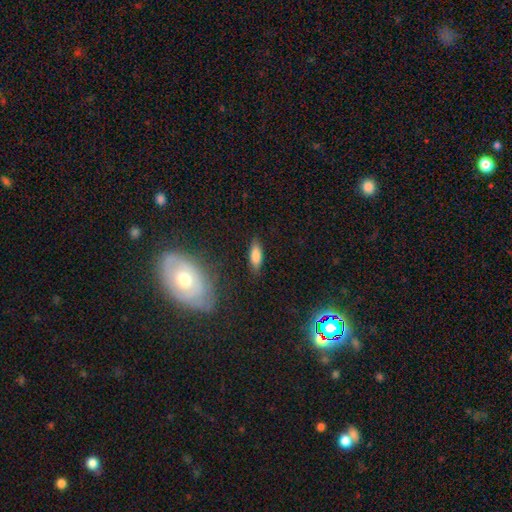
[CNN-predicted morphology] type=smooth (80%); roundness=in between (64%); merging=none (83%).